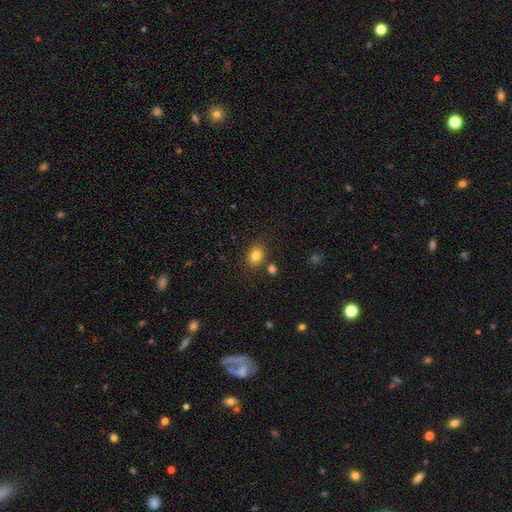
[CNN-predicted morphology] A smooth galaxy with no disk features (82%) that is in between round and cigar-shaped (53%).

Vote fractions:
- Smooth or featured? smooth: 82% / star or artifact: 11% / featured or disk: 7%
- How rounded? in between: 53% / round: 46% / cigar-shaped: 1%
- Merging? none: 80% / minor disturbance: 11% / merger: 6% / major disturbance: 3%